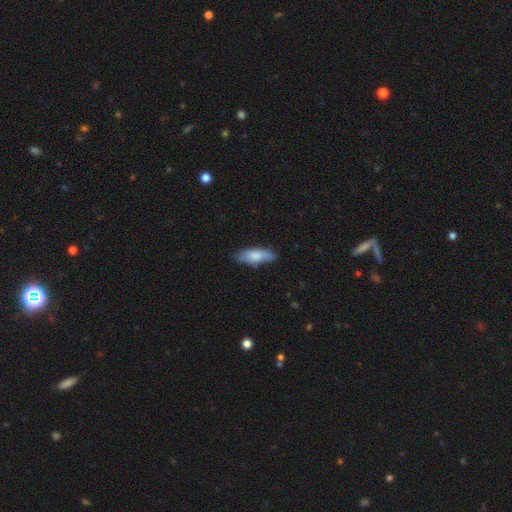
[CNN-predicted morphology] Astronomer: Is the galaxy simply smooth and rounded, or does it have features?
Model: smooth — 74%.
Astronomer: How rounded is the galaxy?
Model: in between — 64%.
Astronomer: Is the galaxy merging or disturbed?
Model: none — 70%.